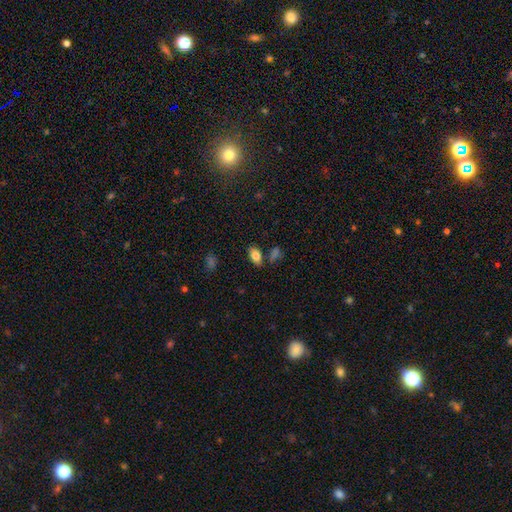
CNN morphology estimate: Q: Smooth or featured?
A: smooth (81%); runner-up: featured or disk (10%)
Q: How rounded?
A: in between (91%); runner-up: cigar-shaped (5%)
Q: Merging?
A: none (79%); runner-up: minor disturbance (12%)